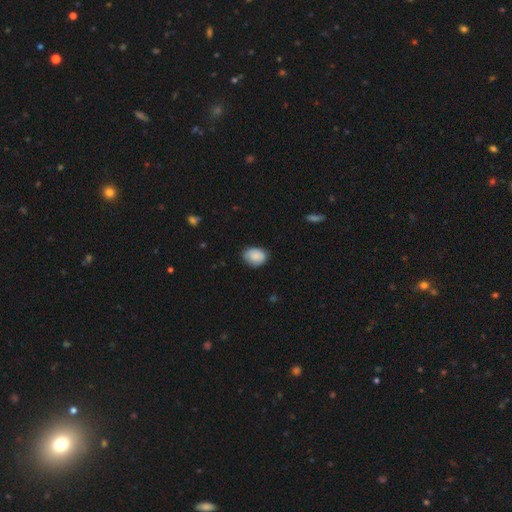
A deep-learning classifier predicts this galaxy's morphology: smooth 87%, star or artifact 7%, featured or disk 6%. Down the decision tree: how rounded — in between (62%); merging — none (75%).